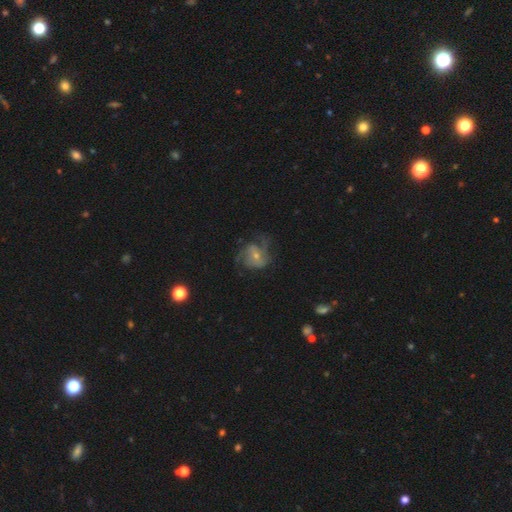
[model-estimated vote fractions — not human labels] Q: Smooth or featured?
A: featured or disk (69%); runner-up: smooth (22%)
Q: Edge-on disk?
A: no (98%); runner-up: yes (2%)
Q: Bar?
A: no (62%); runner-up: weak (31%)
Q: Spiral arms?
A: yes (84%); runner-up: no (16%)
Q: Spiral winding?
A: medium (46%); runner-up: loose (30%)
Q: Spiral arm count?
A: 2 (34%); runner-up: 3 (24%)
Q: Bulge size?
A: small (60%); runner-up: moderate (34%)
Q: Merging?
A: none (50%); runner-up: major disturbance (25%)